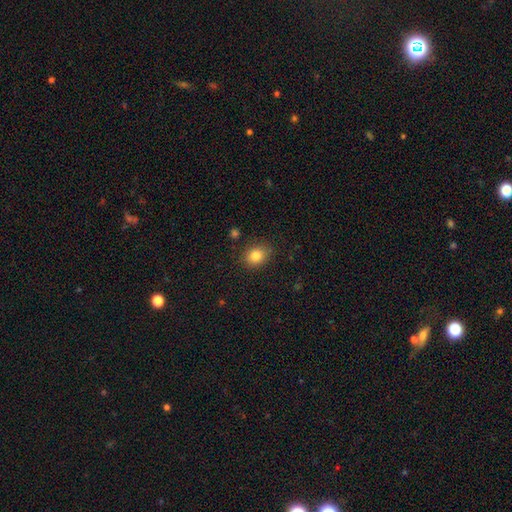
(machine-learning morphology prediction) Q: Smooth or featured?
A: smooth (83%); runner-up: star or artifact (10%)
Q: How rounded?
A: in between (51%); runner-up: round (48%)
Q: Merging?
A: none (85%); runner-up: minor disturbance (11%)